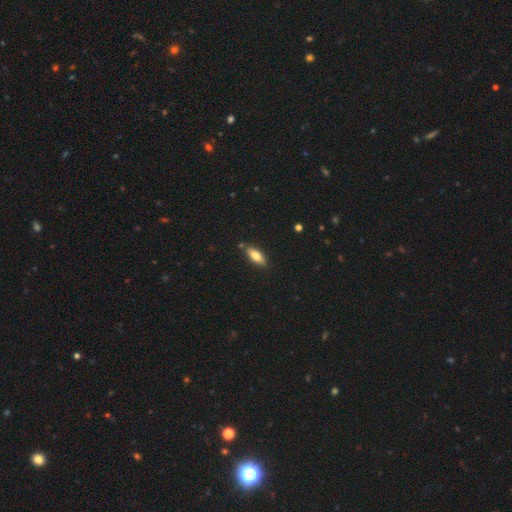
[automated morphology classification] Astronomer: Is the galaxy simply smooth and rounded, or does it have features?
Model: smooth — 72%.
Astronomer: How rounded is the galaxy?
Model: in between — 69%.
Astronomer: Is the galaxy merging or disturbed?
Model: none — 82%.